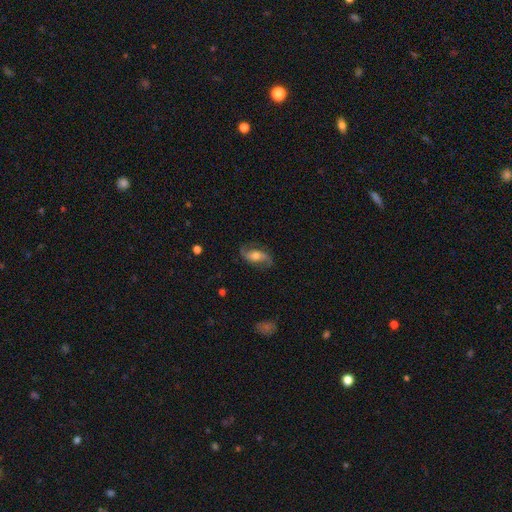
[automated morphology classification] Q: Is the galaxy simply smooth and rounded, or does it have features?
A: featured or disk — 74%.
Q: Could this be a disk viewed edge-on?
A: no — 94%.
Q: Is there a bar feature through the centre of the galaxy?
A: no — 53%.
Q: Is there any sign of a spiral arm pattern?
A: yes — 93%.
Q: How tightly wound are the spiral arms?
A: loose — 63%.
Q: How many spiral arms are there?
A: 2 — 91%.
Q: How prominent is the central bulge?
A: moderate — 61%.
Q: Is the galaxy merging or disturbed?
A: none — 75%.